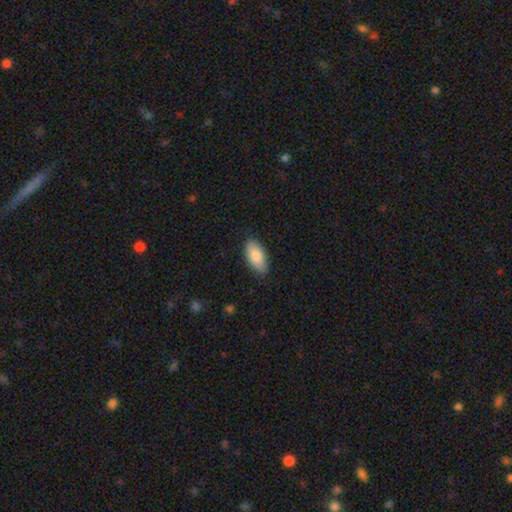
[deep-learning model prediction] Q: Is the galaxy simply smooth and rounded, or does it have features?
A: smooth — 85%.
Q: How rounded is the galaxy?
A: in between — 93%.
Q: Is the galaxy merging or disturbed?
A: none — 86%.